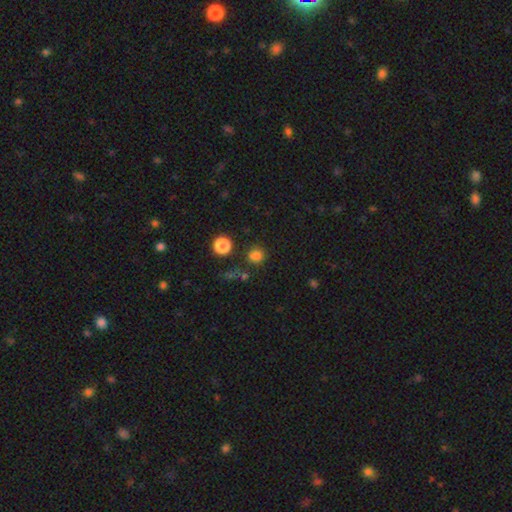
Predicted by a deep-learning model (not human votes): Morphology: type=smooth (73%); roundness=round (80%); merging=none (69%).